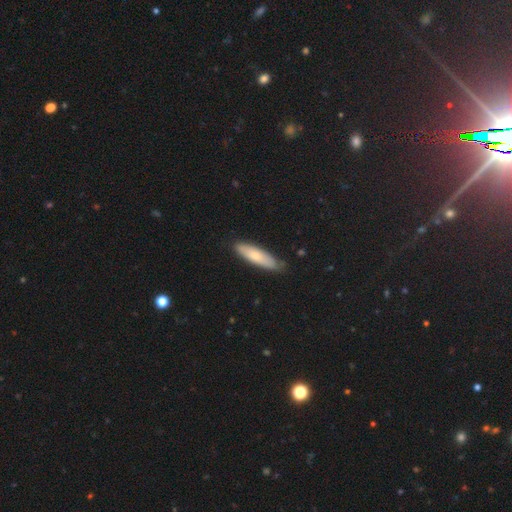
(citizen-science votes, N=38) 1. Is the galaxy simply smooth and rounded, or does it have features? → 79% smooth, 18% featured or disk, 3% star or artifact.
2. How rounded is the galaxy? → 63% cigar-shaped, 33% in between, 3% round.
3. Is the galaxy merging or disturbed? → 76% none, 22% minor disturbance, 3% merger, 0% major disturbance.